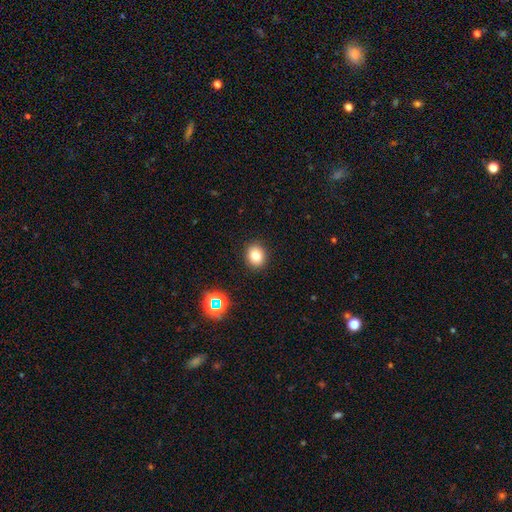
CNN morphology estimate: type=smooth (79%); roundness=round (64%); merging=none (90%).